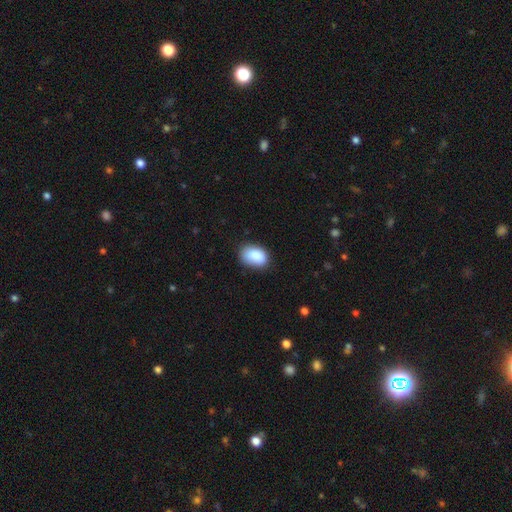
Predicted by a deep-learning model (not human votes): A smooth galaxy with no disk features (87%) that is in between round and cigar-shaped (85%). Merging: none (75%).